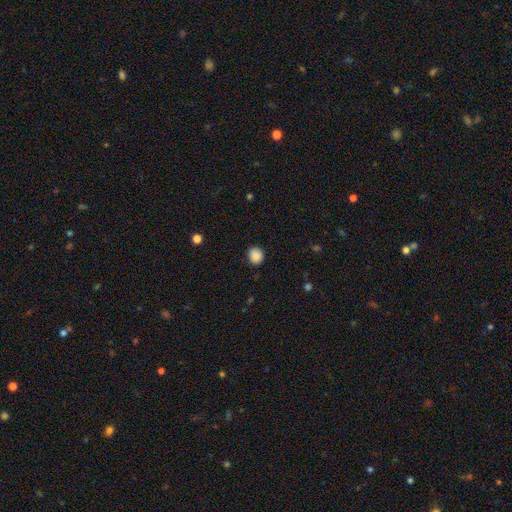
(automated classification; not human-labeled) smooth-or-featured: smooth: 87% | star or artifact: 9% | featured or disk: 4%
  how-rounded: round: 75% | in between: 25% | cigar-shaped: 1%
  merging: none: 85% | minor disturbance: 11% | major disturbance: 2% | merger: 1%